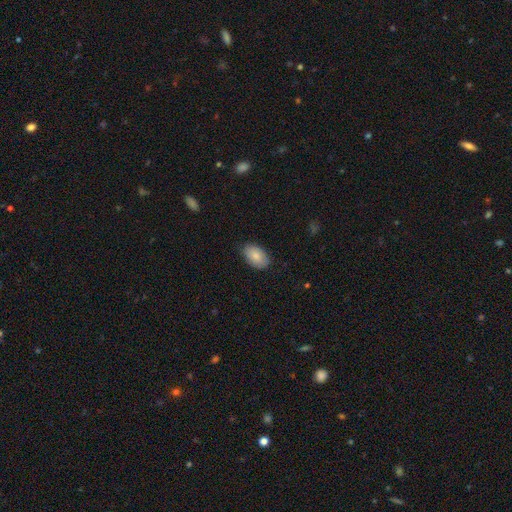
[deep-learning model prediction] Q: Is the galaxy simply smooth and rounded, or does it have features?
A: smooth — 84%.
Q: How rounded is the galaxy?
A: in between — 93%.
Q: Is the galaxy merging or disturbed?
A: none — 83%.